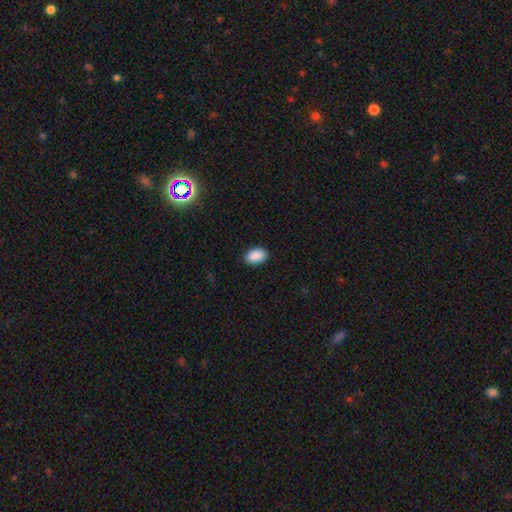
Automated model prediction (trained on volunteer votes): A smooth galaxy with no disk features (90%) that is in between round and cigar-shaped (89%).

Vote fractions:
- Smooth or featured? smooth: 90% / star or artifact: 7% / featured or disk: 2%
- How rounded? in between: 89% / round: 10% / cigar-shaped: 1%
- Merging? none: 88% / minor disturbance: 9% / major disturbance: 2% / merger: 1%